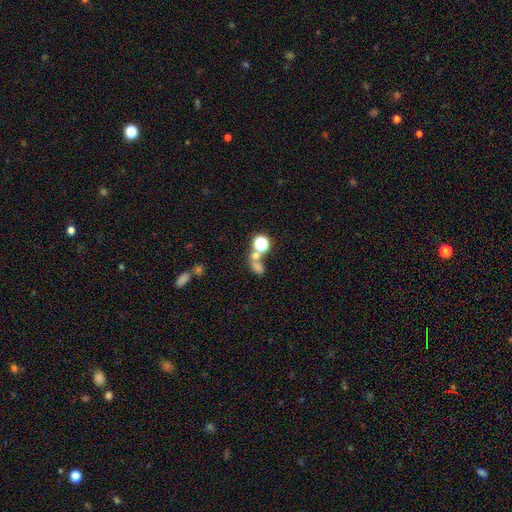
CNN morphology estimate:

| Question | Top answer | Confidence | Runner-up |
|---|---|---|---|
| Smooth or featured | smooth | 57% | star or artifact (32%) |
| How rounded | round | 53% | in between (44%) |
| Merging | merger | 43% | none (40%) |